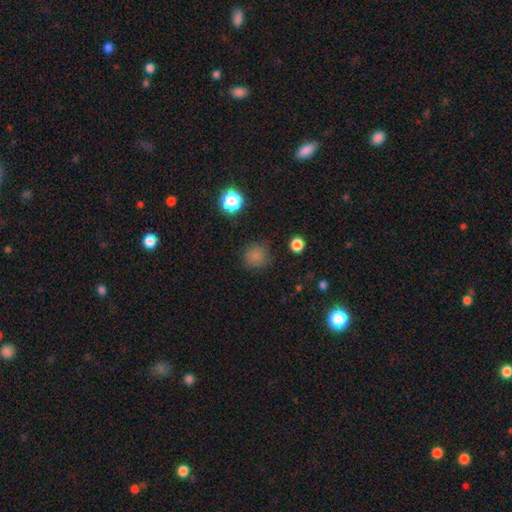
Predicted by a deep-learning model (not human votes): smooth-or-featured: smooth: 80% | star or artifact: 16% | featured or disk: 4%
  how-rounded: round: 91% | in between: 8% | cigar-shaped: 1%
  merging: none: 83% | minor disturbance: 11% | major disturbance: 4% | merger: 2%